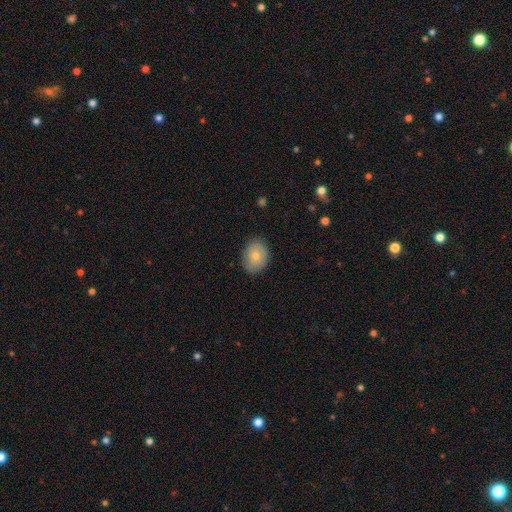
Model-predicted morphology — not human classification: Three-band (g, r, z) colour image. It shows a smooth galaxy with no disk features (76%) that is in between round and cigar-shaped (63%). Merging: none (82%).